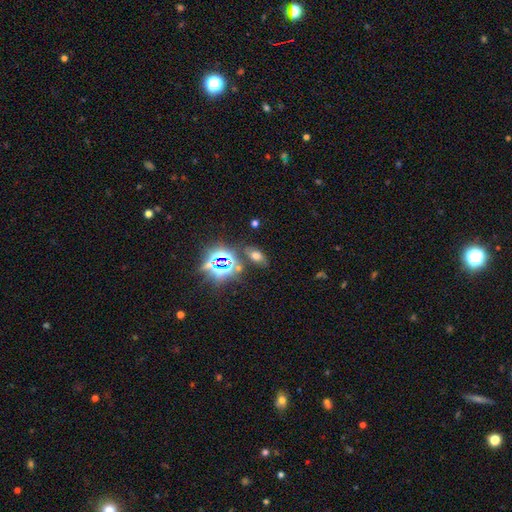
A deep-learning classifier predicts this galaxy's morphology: Smooth or featured: smooth — 50% (star or artifact — 37%)
Merging: none — 77% (minor disturbance — 12%)